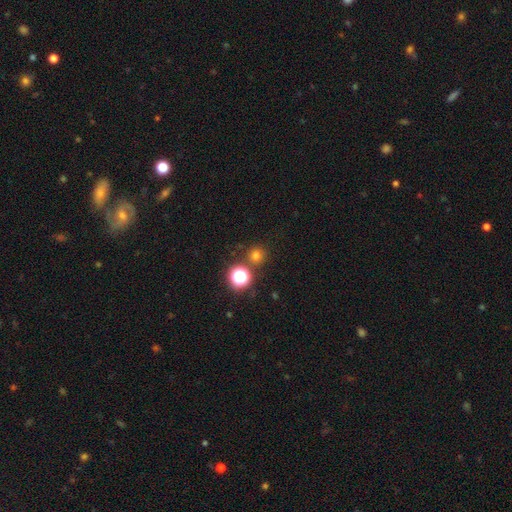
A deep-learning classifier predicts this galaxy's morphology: Smooth or featured? smooth (70%)
How rounded? round (94%)
Merging? none (84%)